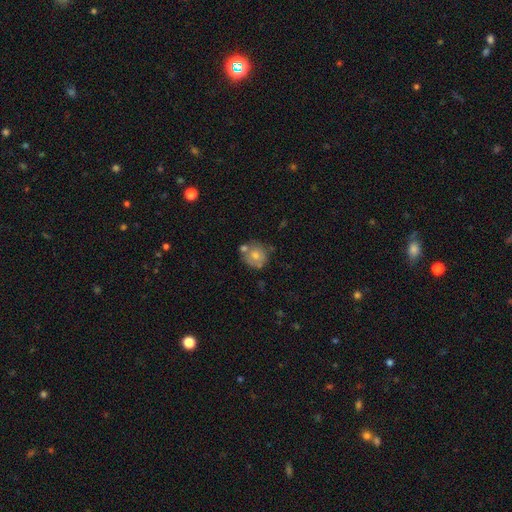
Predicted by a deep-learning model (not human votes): Q: Smooth or featured?
A: smooth (65%); runner-up: featured or disk (26%)
Q: How rounded?
A: round (85%); runner-up: in between (15%)
Q: Merging?
A: none (52%); runner-up: merger (25%)